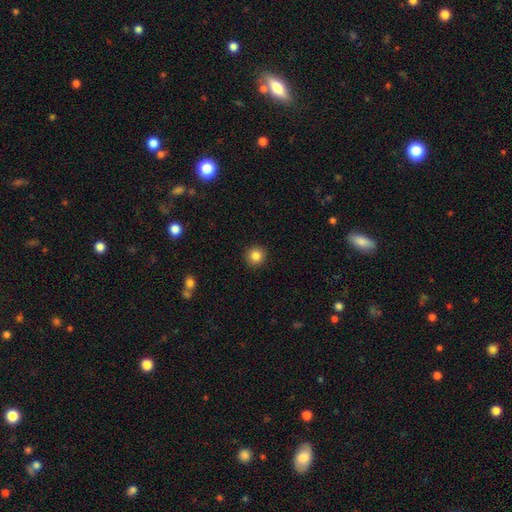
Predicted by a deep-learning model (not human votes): Smooth or featured? smooth (84%)
How rounded? round (93%)
Merging? none (92%)